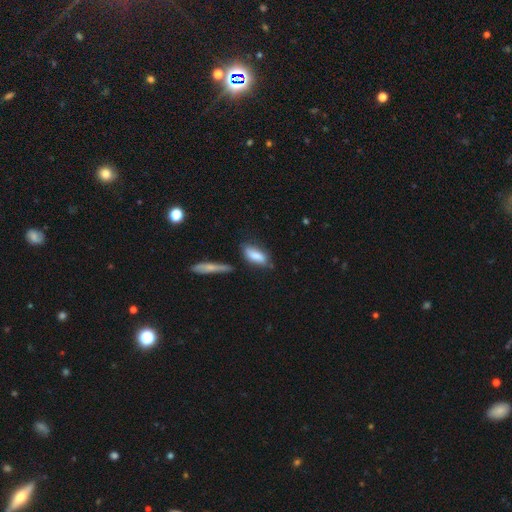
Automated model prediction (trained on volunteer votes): smooth 79%, featured or disk 15%, star or artifact 7%. Down the decision tree: how rounded — in between (73%); merging — none (63%).